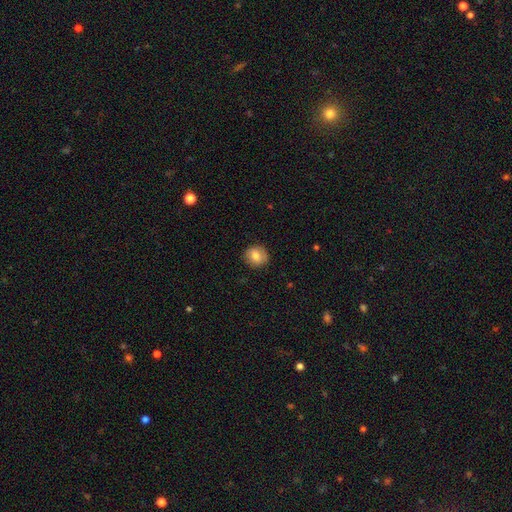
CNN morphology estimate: Smooth or featured? Predicted: smooth (p=0.78). How rounded? Predicted: round (p=0.83). Merging? Predicted: none (p=0.85).